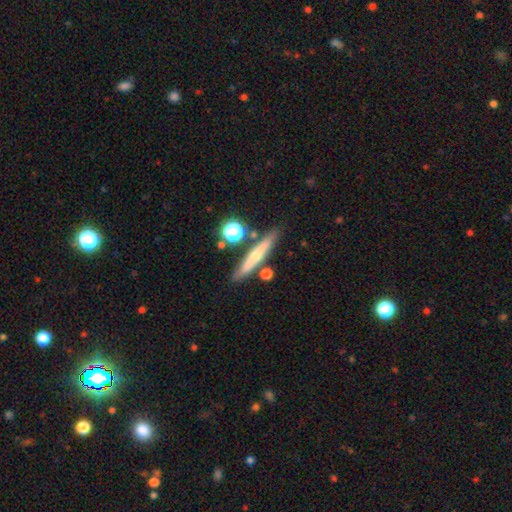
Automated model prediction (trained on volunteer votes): A smooth galaxy with no disk features (47%).

Vote fractions:
- Smooth or featured? smooth: 47% / featured or disk: 44% / star or artifact: 9%
- Merging? none: 79% / minor disturbance: 10% / merger: 8% / major disturbance: 3%